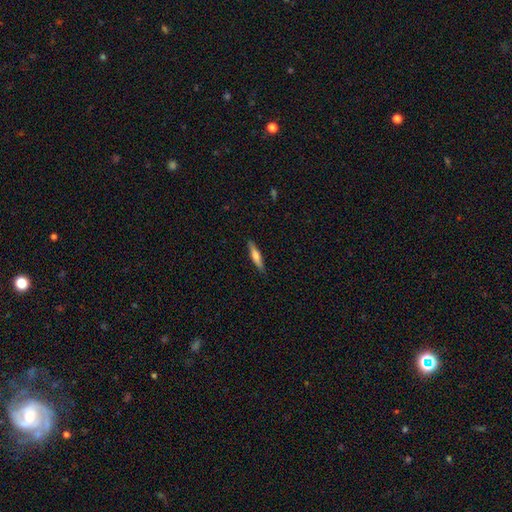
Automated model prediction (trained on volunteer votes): Smooth or featured? Predicted: smooth (p=0.62). How rounded? Predicted: cigar-shaped (p=0.86). Merging? Predicted: none (p=0.89).